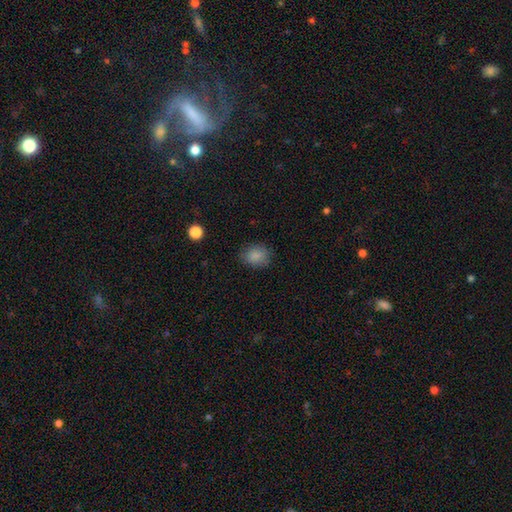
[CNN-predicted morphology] type=smooth (86%); roundness=round (52%); merging=none (80%).